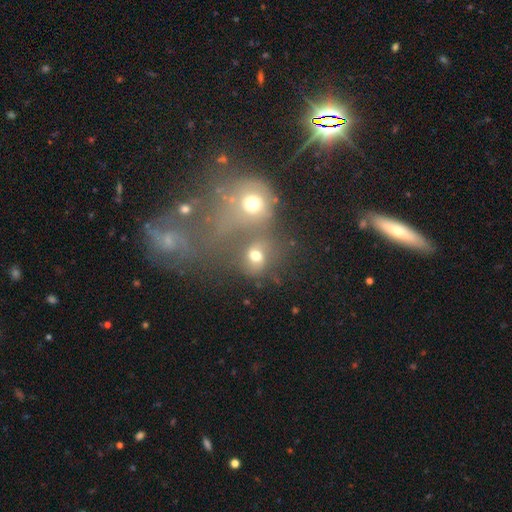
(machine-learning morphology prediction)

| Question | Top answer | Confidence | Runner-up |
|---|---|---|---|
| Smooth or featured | smooth | 66% | star or artifact (19%) |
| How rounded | round | 71% | in between (28%) |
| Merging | merger | 43% | none (38%) |